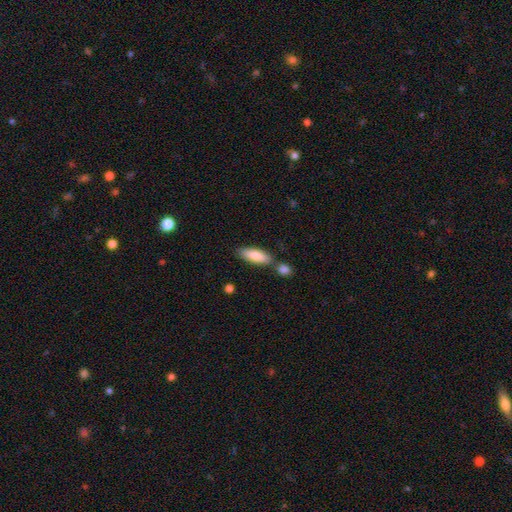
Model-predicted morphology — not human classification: smooth 83%, featured or disk 11%, star or artifact 5%. Down the decision tree: how rounded — in between (63%); merging — none (69%).